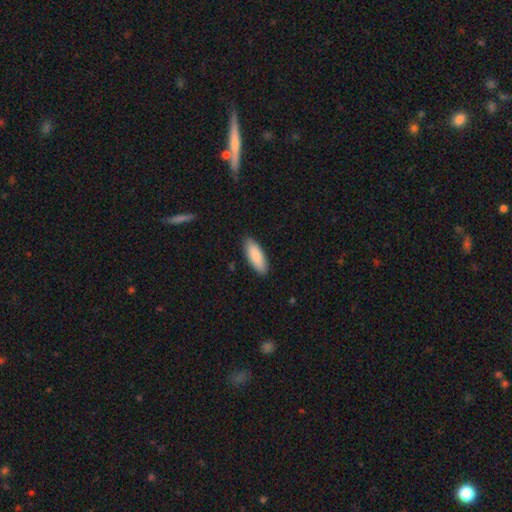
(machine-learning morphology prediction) Smooth or featured? Predicted: smooth (p=0.87). How rounded? Predicted: in between (p=0.72). Merging? Predicted: none (p=0.89).